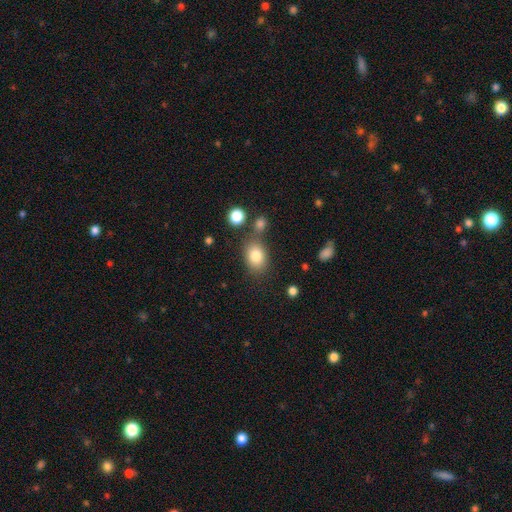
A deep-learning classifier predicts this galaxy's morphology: A smooth galaxy with no disk features (82%) that is in between round and cigar-shaped (69%). Merging: none (68%).